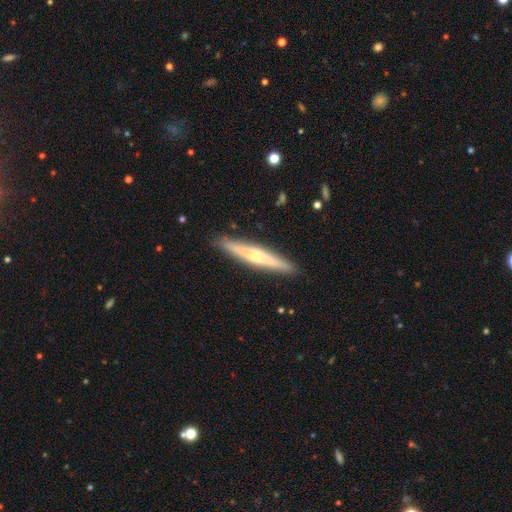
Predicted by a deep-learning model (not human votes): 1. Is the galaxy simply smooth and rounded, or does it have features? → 54% featured or disk, 40% smooth, 6% star or artifact.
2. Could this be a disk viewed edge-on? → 95% yes, 5% no.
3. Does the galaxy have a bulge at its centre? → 61% rounded, 27% none, 12% boxy.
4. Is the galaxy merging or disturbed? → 89% none, 8% minor disturbance, 2% major disturbance, 1% merger.